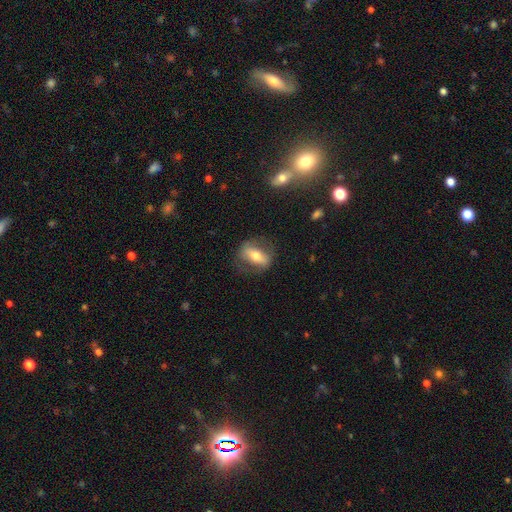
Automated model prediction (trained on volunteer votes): Smooth or featured: featured or disk — 50% (smooth — 43%)
Merging: none — 75% (minor disturbance — 15%)